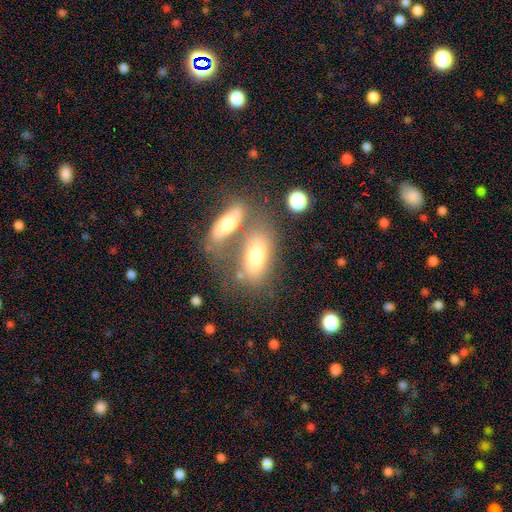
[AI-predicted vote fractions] smooth 67%, featured or disk 25%, star or artifact 9%. Down the decision tree: how rounded — in between (82%); merging — merger (44%).